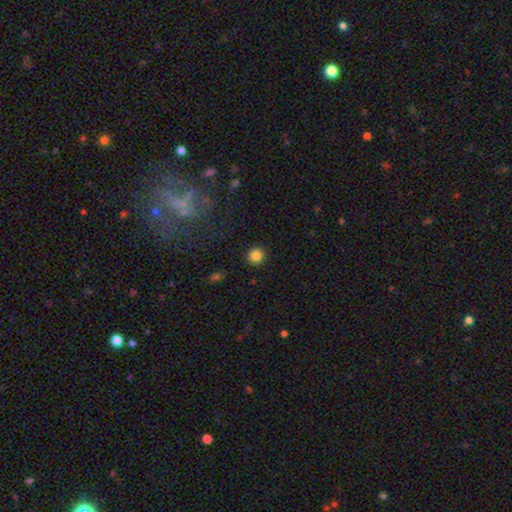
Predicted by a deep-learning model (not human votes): smooth 85%, star or artifact 11%, featured or disk 4%. Down the decision tree: how rounded — round (93%); merging — none (92%).